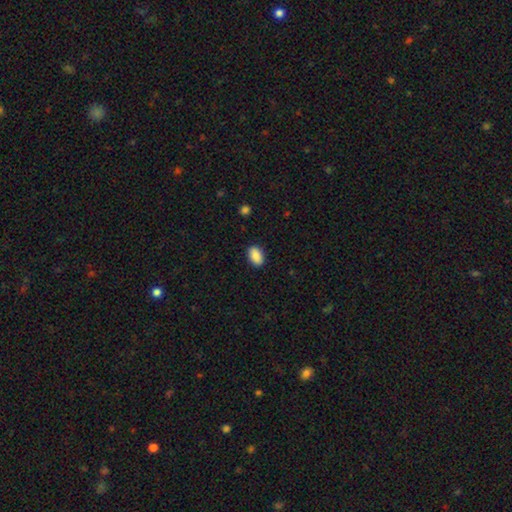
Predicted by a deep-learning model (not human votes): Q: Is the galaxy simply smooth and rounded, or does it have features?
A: smooth — 89%.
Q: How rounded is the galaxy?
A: in between — 91%.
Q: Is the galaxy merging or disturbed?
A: none — 89%.